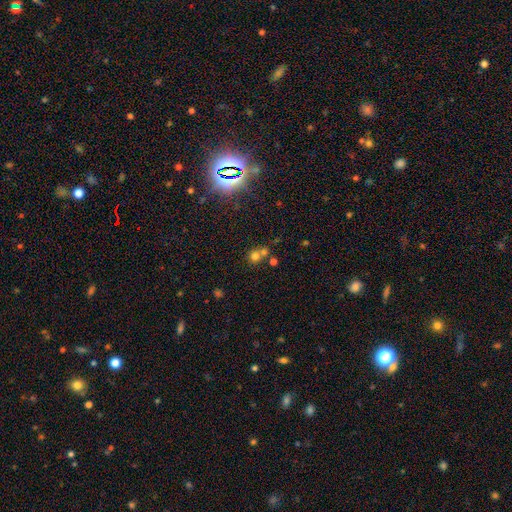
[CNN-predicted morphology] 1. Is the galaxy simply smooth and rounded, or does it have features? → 56% smooth, 32% star or artifact, 12% featured or disk.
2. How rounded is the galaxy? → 83% round, 16% in between, 1% cigar-shaped.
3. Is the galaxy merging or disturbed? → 50% none, 39% merger, 7% minor disturbance, 4% major disturbance.